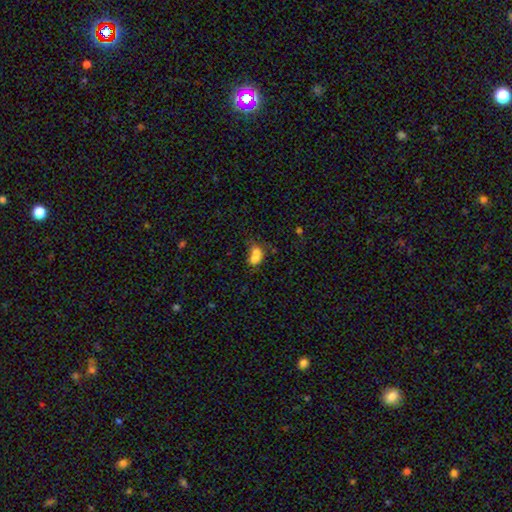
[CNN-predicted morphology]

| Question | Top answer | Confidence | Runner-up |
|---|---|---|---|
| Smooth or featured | smooth | 70% | featured or disk (18%) |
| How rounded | in between | 57% | round (42%) |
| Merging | merger | 68% | none (18%) |